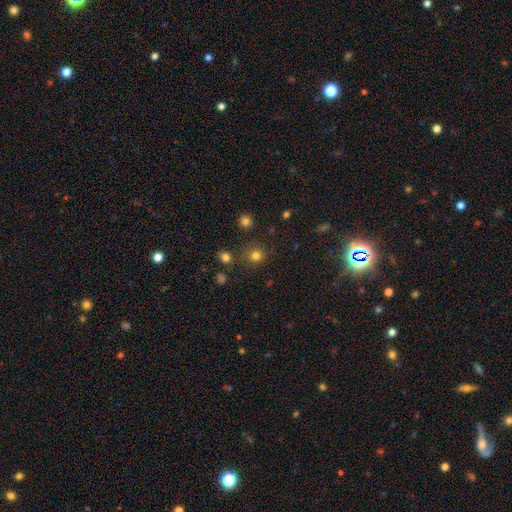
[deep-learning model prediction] Smooth or featured?
  - smooth: 79% *
  - star or artifact: 16%
  - featured or disk: 5%
How rounded?
  - round: 88% *
  - in between: 11%
  - cigar-shaped: 1%
Merging?
  - none: 84% *
  - minor disturbance: 9%
  - merger: 4%
  - major disturbance: 3%